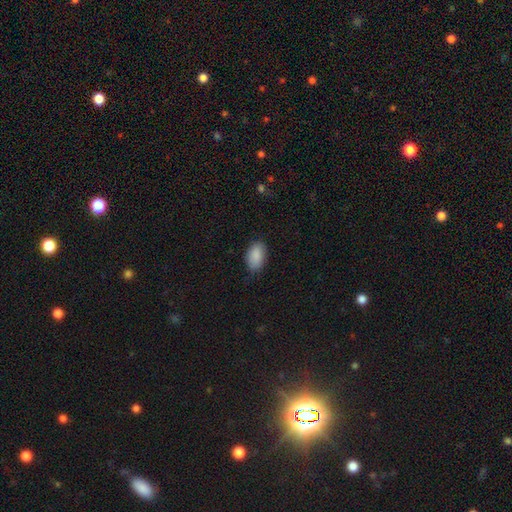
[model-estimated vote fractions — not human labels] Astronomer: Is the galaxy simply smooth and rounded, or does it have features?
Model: smooth — 89%.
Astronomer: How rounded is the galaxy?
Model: in between — 93%.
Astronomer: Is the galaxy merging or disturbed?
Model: none — 79%.